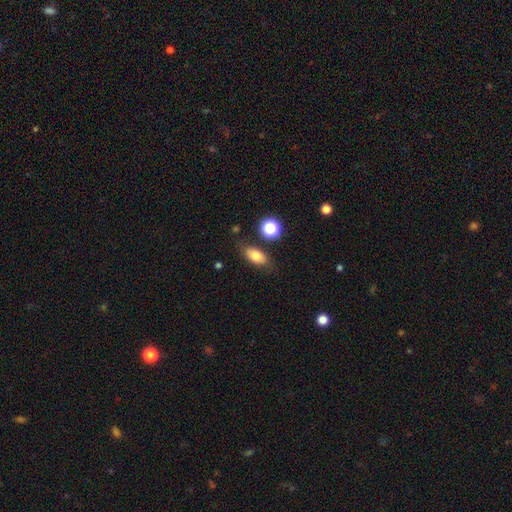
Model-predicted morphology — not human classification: This appears to be a smooth galaxy with no disk features (76%) that is in between round and cigar-shaped (83%). Merging: none (77%).